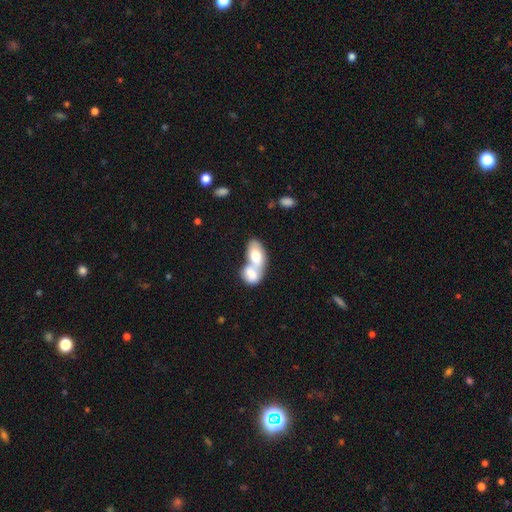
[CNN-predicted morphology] smooth 68%, featured or disk 26%, star or artifact 6%. Down the decision tree: how rounded — in between (88%); merging — merger (79%).